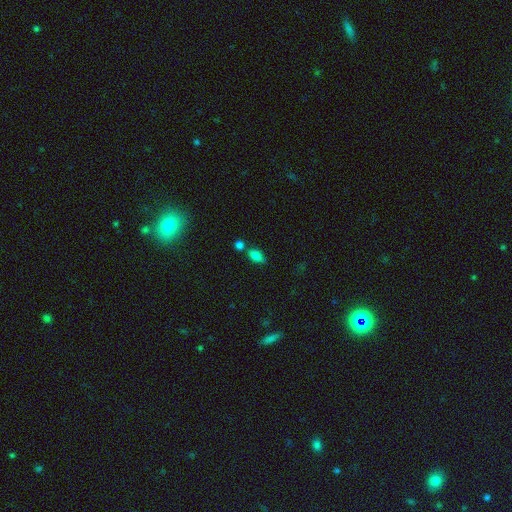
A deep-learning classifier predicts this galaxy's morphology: Smooth or featured: smooth — 81% (star or artifact — 12%)
How rounded: in between — 86% (round — 8%)
Merging: none — 60% (merger — 22%)